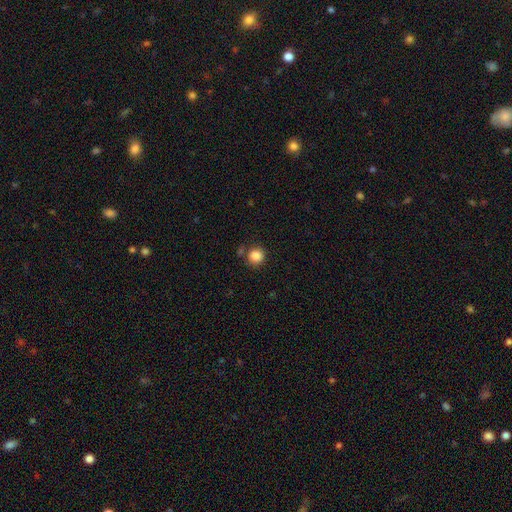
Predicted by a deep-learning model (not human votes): Smooth or featured: smooth — 86% (star or artifact — 10%)
How rounded: round — 89% (in between — 10%)
Merging: none — 76% (minor disturbance — 12%)